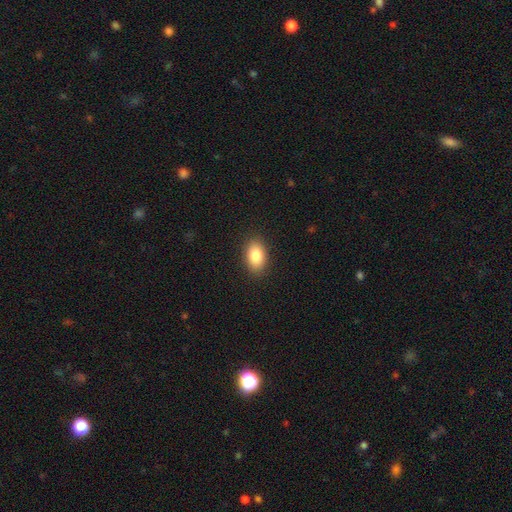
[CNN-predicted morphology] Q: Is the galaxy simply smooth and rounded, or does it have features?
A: smooth — 85%.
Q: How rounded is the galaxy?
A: in between — 88%.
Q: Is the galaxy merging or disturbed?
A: none — 89%.